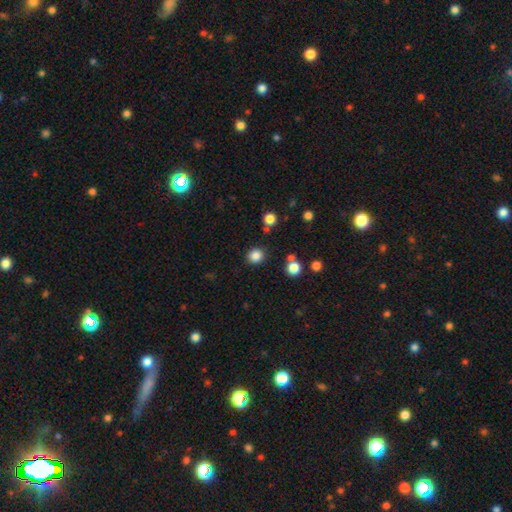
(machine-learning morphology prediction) smooth 84%, star or artifact 12%, featured or disk 4%. Down the decision tree: how rounded — round (87%); merging — none (88%).